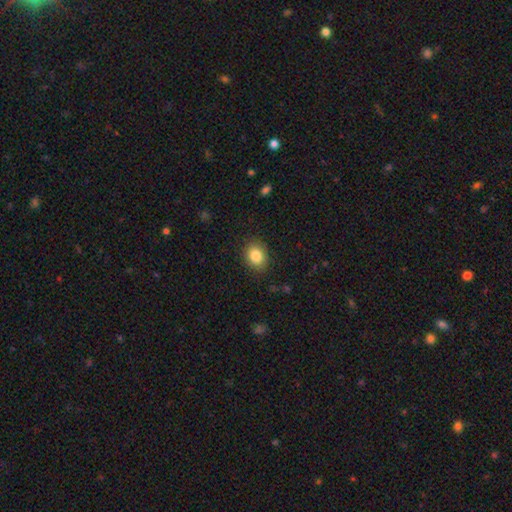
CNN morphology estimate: This appears to be a smooth galaxy with no disk features (86%) that is in between round and cigar-shaped (55%). Merging: none (86%).